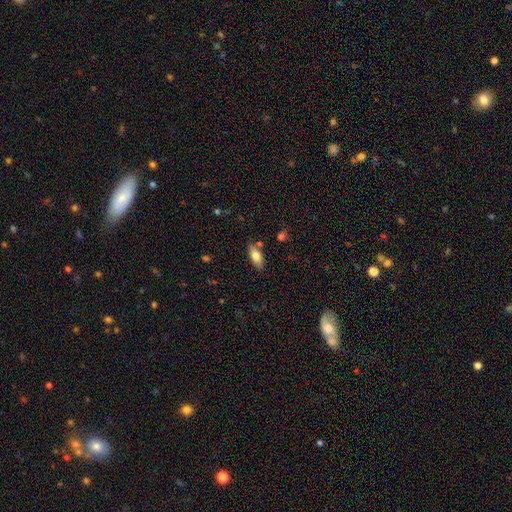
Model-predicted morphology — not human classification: Overall: smooth (74%). How rounded: in between (81%). Merging: none (80%).